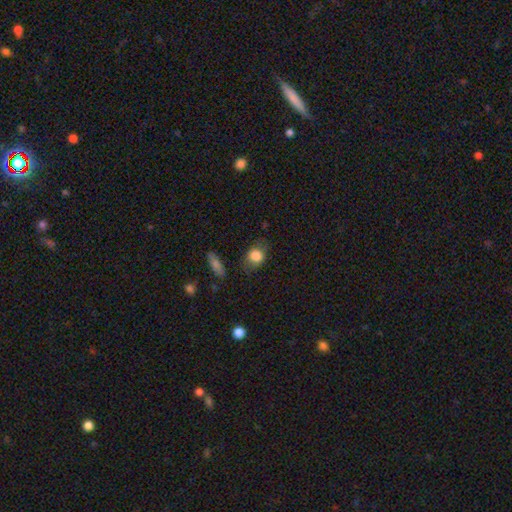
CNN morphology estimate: smooth-or-featured: smooth: 82% | featured or disk: 10% | star or artifact: 9%
  how-rounded: in between: 50% | round: 47% | cigar-shaped: 2%
  merging: none: 69% | minor disturbance: 22% | major disturbance: 7% | merger: 2%